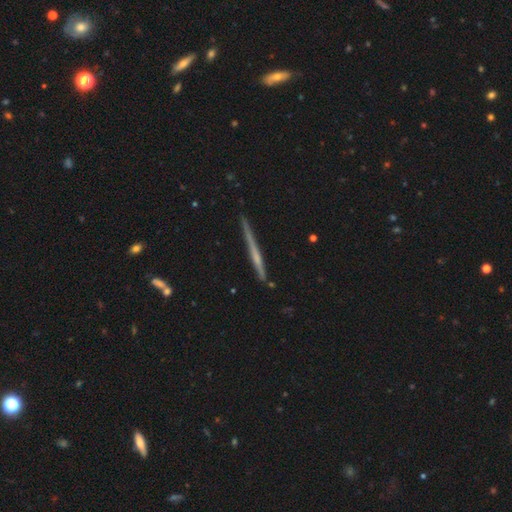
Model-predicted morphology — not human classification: smooth-or-featured: featured or disk: 59% | smooth: 34% | star or artifact: 6%
  disk-edge-on: yes: 97% | no: 3%
    edge-on-bulge: none: 73% | rounded: 20% | boxy: 7%
  merging: none: 84% | minor disturbance: 12% | major disturbance: 2% | merger: 2%